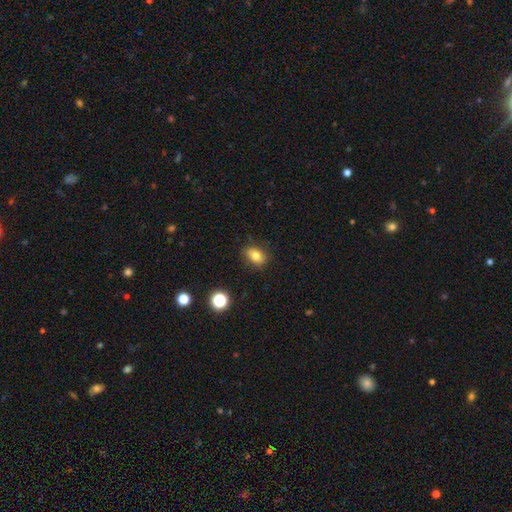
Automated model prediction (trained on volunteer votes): A smooth galaxy with no disk features (79%) that is in between round and cigar-shaped (74%).

Vote fractions:
- Smooth or featured? smooth: 79% / star or artifact: 12% / featured or disk: 10%
- How rounded? in between: 74% / round: 24% / cigar-shaped: 2%
- Merging? none: 79% / minor disturbance: 16% / major disturbance: 3% / merger: 2%